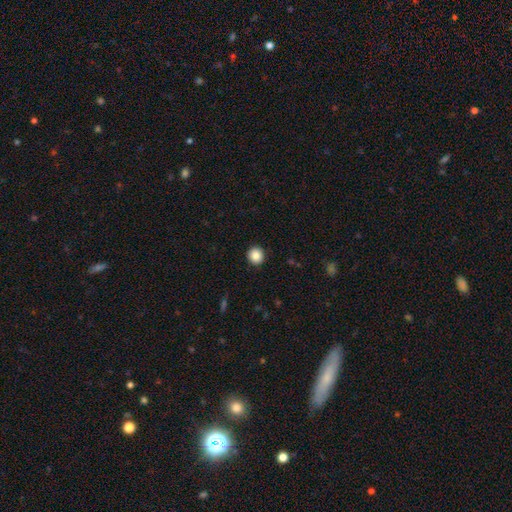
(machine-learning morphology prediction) Smooth or featured? smooth (86%)
How rounded? round (91%)
Merging? none (92%)